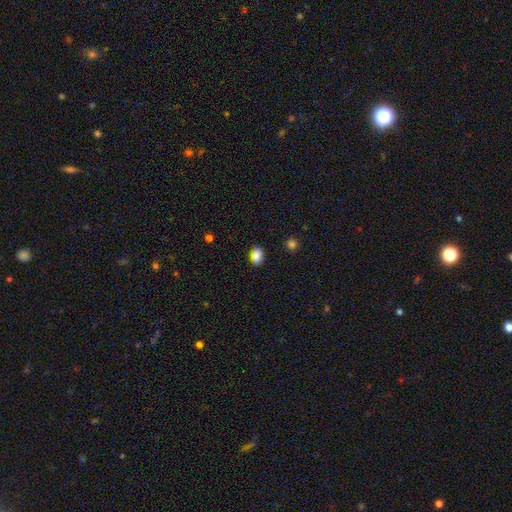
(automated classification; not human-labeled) Overall: smooth (83%). How rounded: in between (73%). Merging: none (84%).